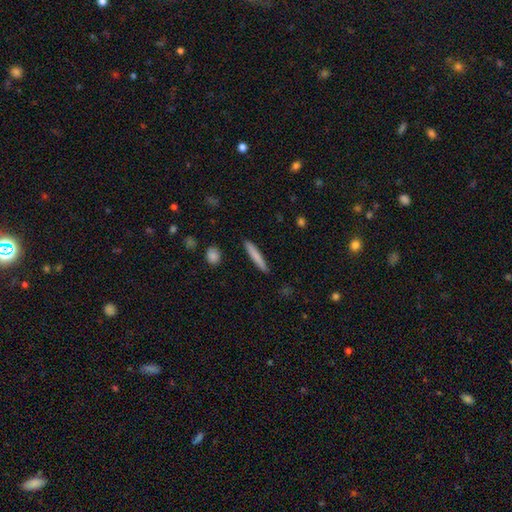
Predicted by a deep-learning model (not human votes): Smooth or featured?
  - smooth: 78% *
  - featured or disk: 16%
  - star or artifact: 6%
How rounded?
  - cigar-shaped: 94% *
  - in between: 4%
  - round: 1%
Merging?
  - none: 90% *
  - minor disturbance: 7%
  - major disturbance: 2%
  - merger: 1%